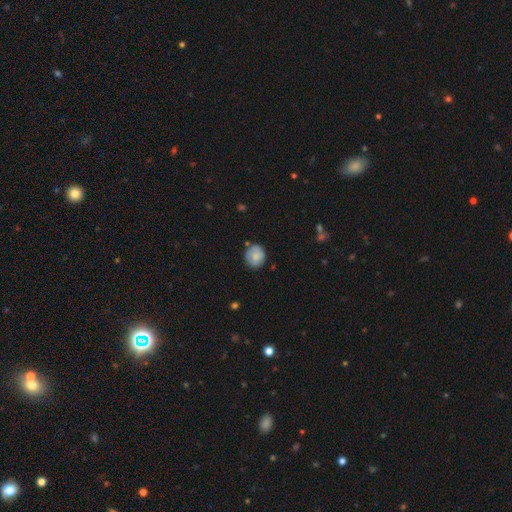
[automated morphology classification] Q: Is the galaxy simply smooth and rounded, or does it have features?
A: smooth — 72%.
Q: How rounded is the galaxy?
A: round — 78%.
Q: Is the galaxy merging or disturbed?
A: none — 74%.